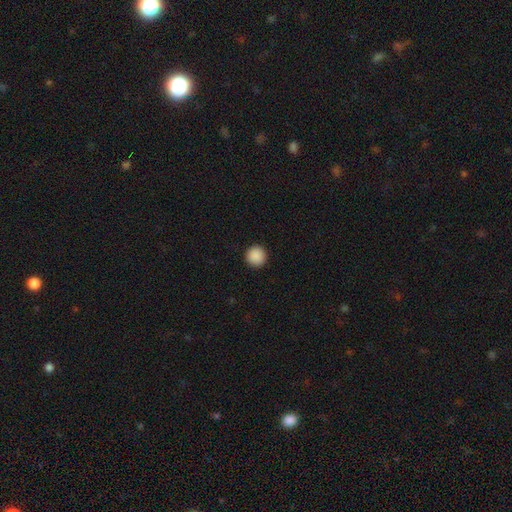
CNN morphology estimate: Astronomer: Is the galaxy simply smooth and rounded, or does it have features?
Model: smooth — 89%.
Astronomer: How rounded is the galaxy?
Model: round — 96%.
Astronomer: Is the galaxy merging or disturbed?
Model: none — 93%.